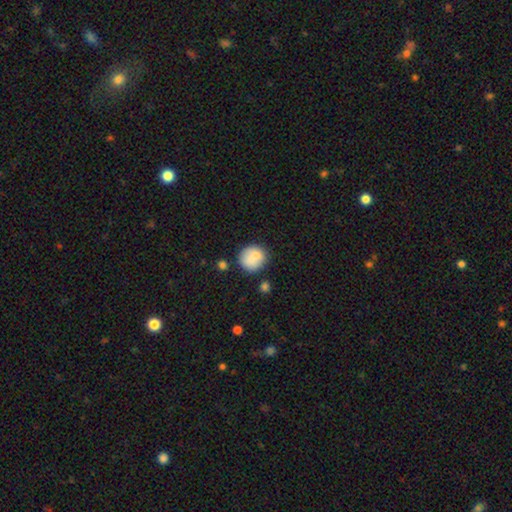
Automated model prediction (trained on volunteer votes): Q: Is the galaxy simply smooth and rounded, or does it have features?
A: smooth — 79%.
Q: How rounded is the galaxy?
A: round — 86%.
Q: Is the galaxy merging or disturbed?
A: none — 61%.